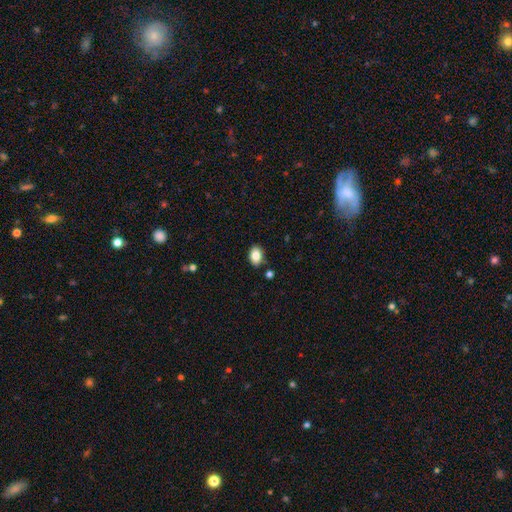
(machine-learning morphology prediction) A smooth galaxy with no disk features (85%) that is in between round and cigar-shaped (81%). Merging: none (84%).